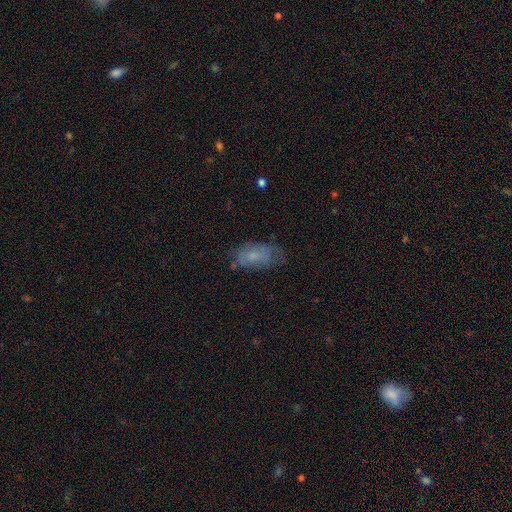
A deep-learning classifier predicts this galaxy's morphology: Smooth or featured: smooth — 71% (featured or disk — 21%)
How rounded: in between — 90% (cigar-shaped — 7%)
Merging: none — 59% (minor disturbance — 28%)